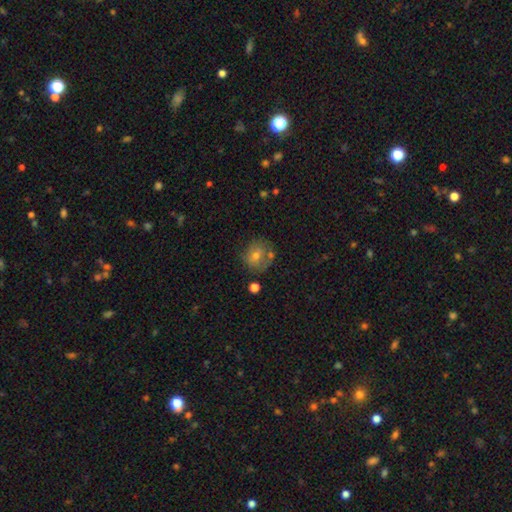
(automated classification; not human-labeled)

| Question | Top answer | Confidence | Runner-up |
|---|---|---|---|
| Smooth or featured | smooth | 64% | featured or disk (26%) |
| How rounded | round | 77% | in between (22%) |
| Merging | none | 59% | minor disturbance (21%) |